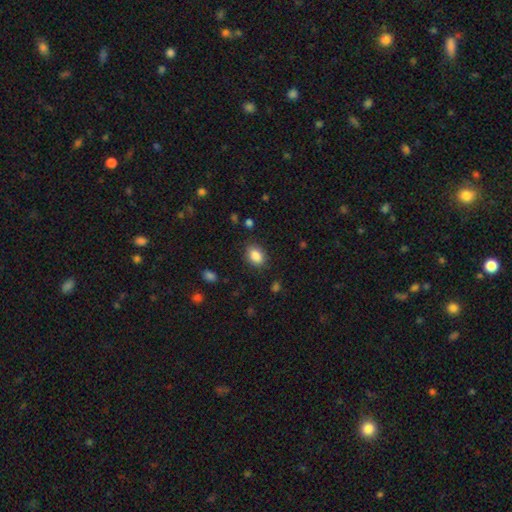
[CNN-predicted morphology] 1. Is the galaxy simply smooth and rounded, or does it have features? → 87% smooth, 8% star or artifact, 5% featured or disk.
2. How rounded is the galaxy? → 81% in between, 18% round, 1% cigar-shaped.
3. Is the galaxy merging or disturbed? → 84% none, 11% minor disturbance, 3% major disturbance, 1% merger.